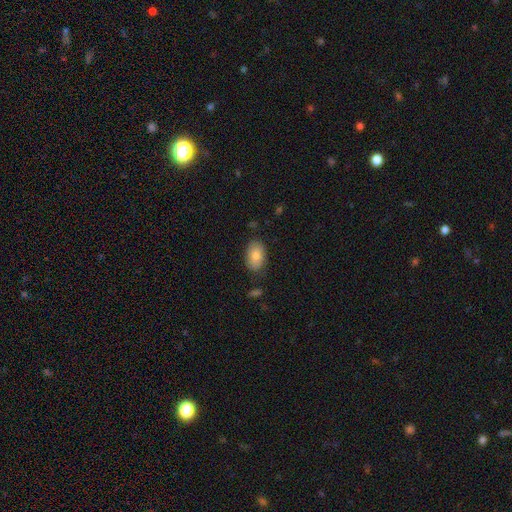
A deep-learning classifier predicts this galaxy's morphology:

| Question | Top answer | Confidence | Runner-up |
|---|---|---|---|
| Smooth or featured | smooth | 82% | featured or disk (11%) |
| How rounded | in between | 91% | round (7%) |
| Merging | none | 81% | minor disturbance (14%) |